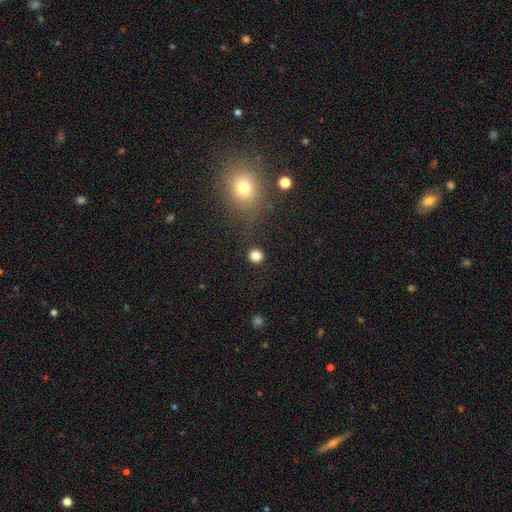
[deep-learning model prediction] The model was most divided on "smooth or featured": smooth: 83%, star or artifact: 12%, featured or disk: 4%. More confident: how rounded — round (91%); merging — none (89%).